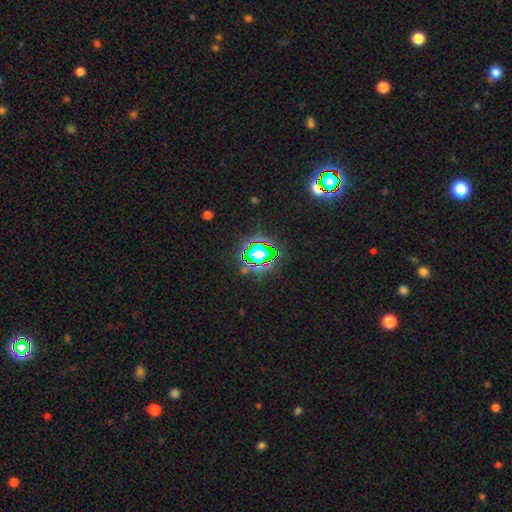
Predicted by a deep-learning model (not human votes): This appears to be a star or artifact, not a galaxy (75%).